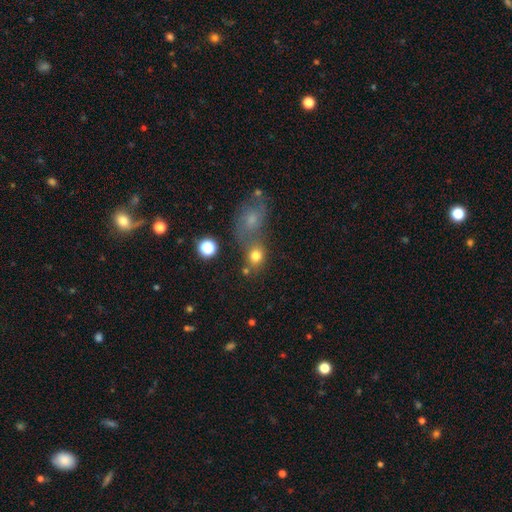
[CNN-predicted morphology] This is likely a smooth galaxy (75%). How rounded: likely round (66%). Merging: possibly none (50%).